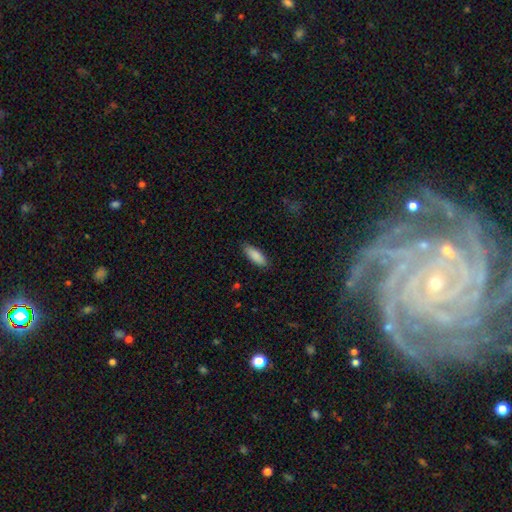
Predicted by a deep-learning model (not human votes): A smooth galaxy with no disk features (88%) that is in between round and cigar-shaped (66%).

Vote fractions:
- Smooth or featured? smooth: 88% / featured or disk: 6% / star or artifact: 6%
- How rounded? in between: 66% / cigar-shaped: 33% / round: 2%
- Merging? none: 86% / minor disturbance: 11% / major disturbance: 2% / merger: 1%